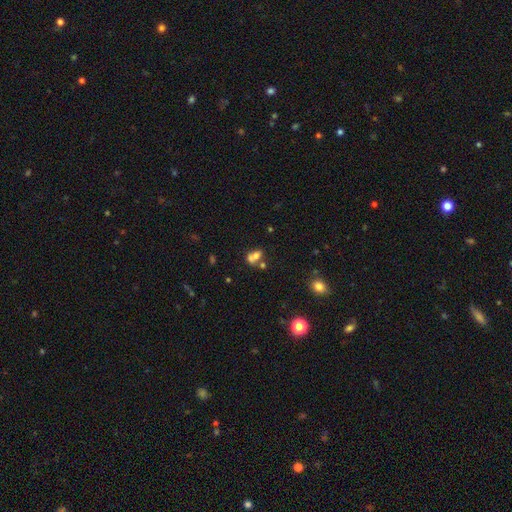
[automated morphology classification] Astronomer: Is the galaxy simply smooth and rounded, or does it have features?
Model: smooth — 65%.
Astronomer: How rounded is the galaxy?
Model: in between — 58% (runner-up: round, 39%).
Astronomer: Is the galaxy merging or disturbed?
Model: merger — 59%.